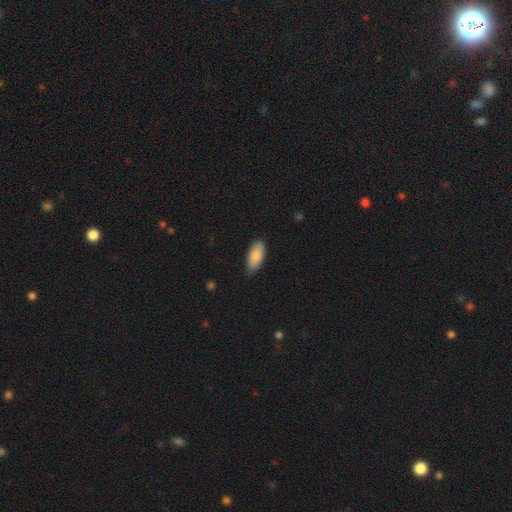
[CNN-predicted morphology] Smooth or featured?
  - smooth: 87% *
  - featured or disk: 7%
  - star or artifact: 6%
How rounded?
  - in between: 87% *
  - cigar-shaped: 11%
  - round: 2%
Merging?
  - none: 84% *
  - minor disturbance: 13%
  - major disturbance: 2%
  - merger: 1%